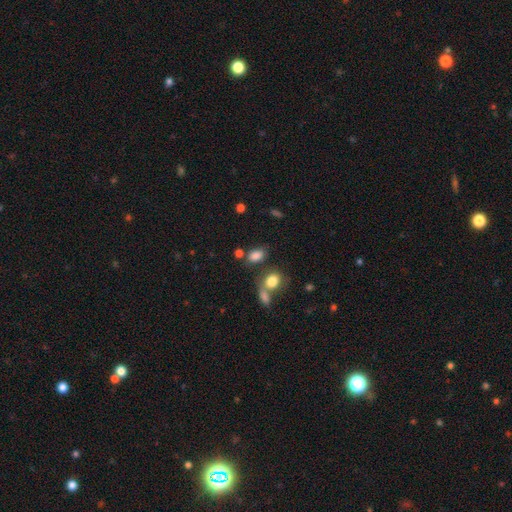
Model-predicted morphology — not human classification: Smooth or featured? smooth (83%)
How rounded? in between (84%)
Merging? none (58%)